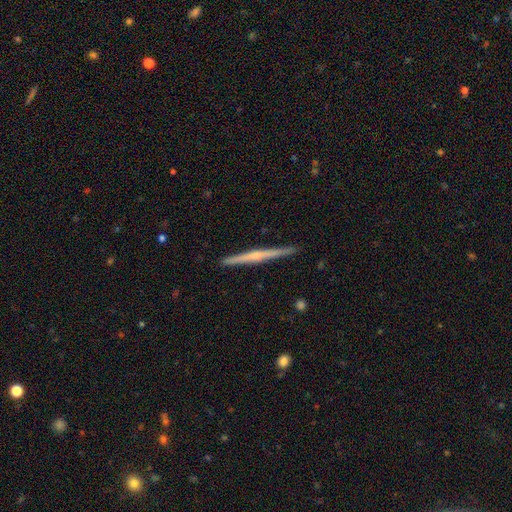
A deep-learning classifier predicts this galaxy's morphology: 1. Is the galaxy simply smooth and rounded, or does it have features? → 72% featured or disk, 23% smooth, 5% star or artifact.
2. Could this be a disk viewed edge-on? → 98% yes, 2% no.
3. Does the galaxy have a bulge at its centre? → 60% rounded, 32% none, 7% boxy.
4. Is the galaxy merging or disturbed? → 91% none, 6% minor disturbance, 1% major disturbance, 1% merger.